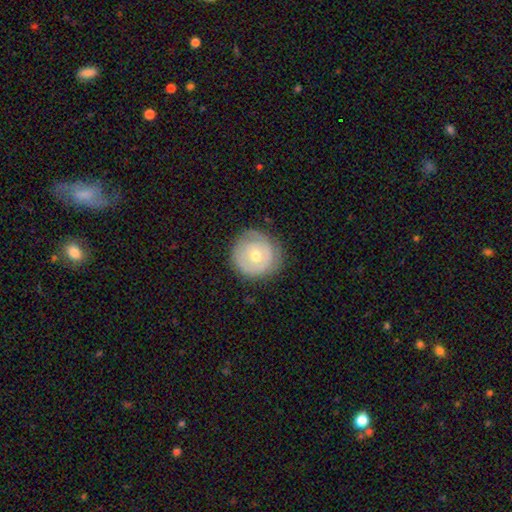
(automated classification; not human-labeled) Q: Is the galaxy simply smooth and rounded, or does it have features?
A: featured or disk — 50%.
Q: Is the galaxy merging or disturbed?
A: none — 75%.